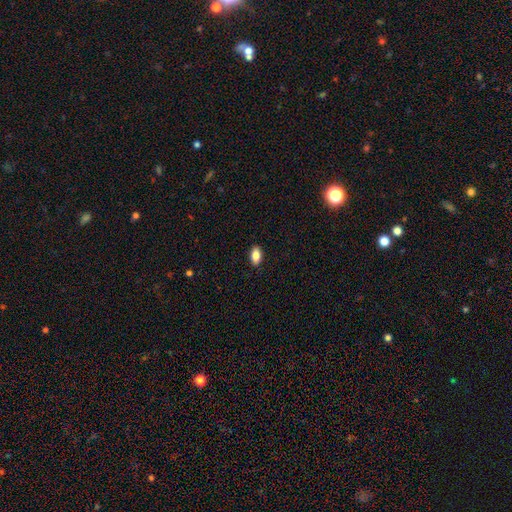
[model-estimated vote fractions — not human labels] This is clearly a smooth galaxy (86%). How rounded: clearly in between (92%). Merging: clearly none (90%).